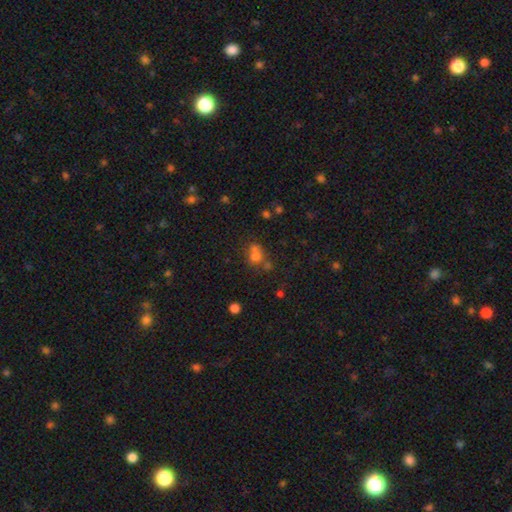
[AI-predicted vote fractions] Smooth or featured?
  - smooth: 66% *
  - star or artifact: 21%
  - featured or disk: 14%
How rounded?
  - round: 77% *
  - in between: 22%
  - cigar-shaped: 1%
Merging?
  - merger: 44% *
  - none: 42%
  - minor disturbance: 9%
  - major disturbance: 5%